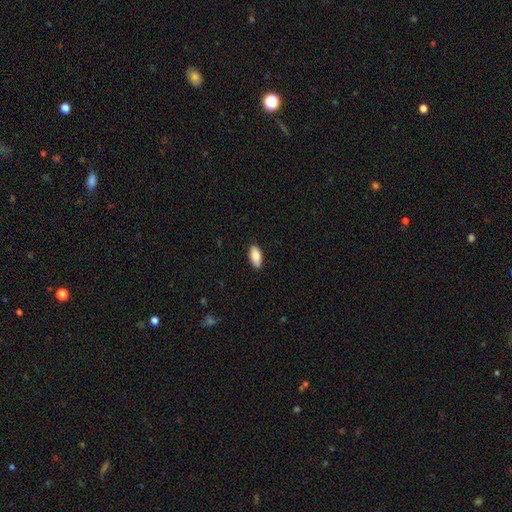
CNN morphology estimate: This appears to be a smooth galaxy with no disk features (86%) that is in between round and cigar-shaped (89%). Merging: none (88%).